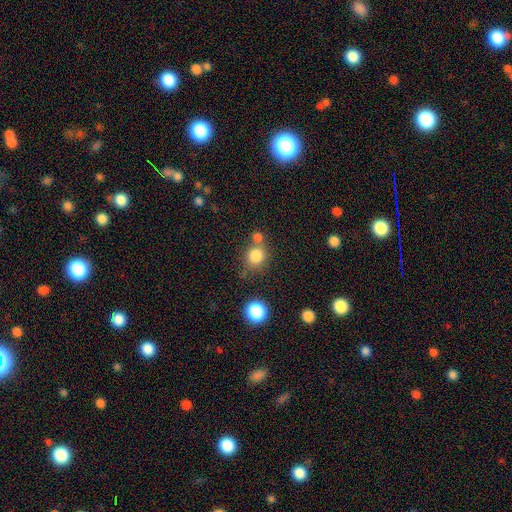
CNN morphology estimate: Overall: smooth (81%). How rounded: round (85%). Merging: none (60%; merger 25%).